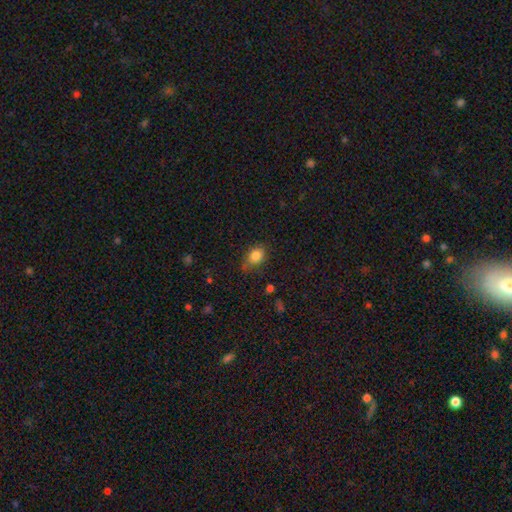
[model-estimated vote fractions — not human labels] Morphology: type=smooth (84%); roundness=in between (64%); merging=none (65%).